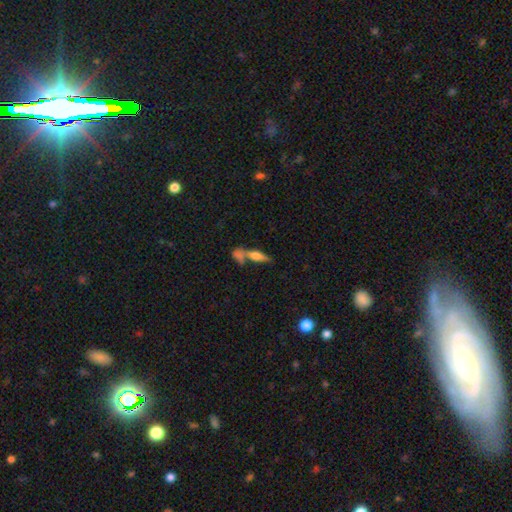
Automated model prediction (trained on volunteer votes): A smooth galaxy with no disk features (48%). Merging: merger (44%).